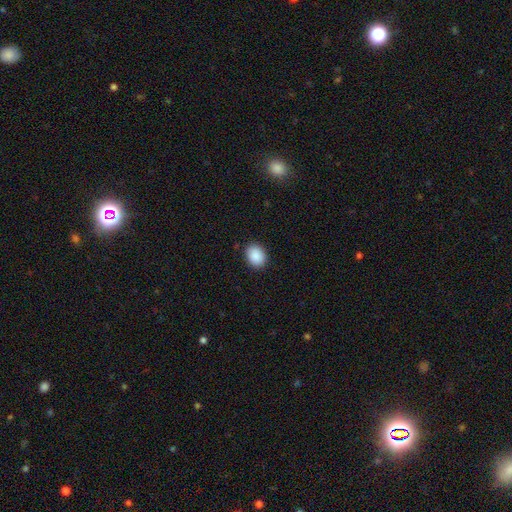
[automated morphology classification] Smooth or featured?
  - smooth: 90% *
  - star or artifact: 7%
  - featured or disk: 3%
How rounded?
  - in between: 60% *
  - round: 39%
  - cigar-shaped: 1%
Merging?
  - none: 89% *
  - minor disturbance: 8%
  - major disturbance: 2%
  - merger: 1%